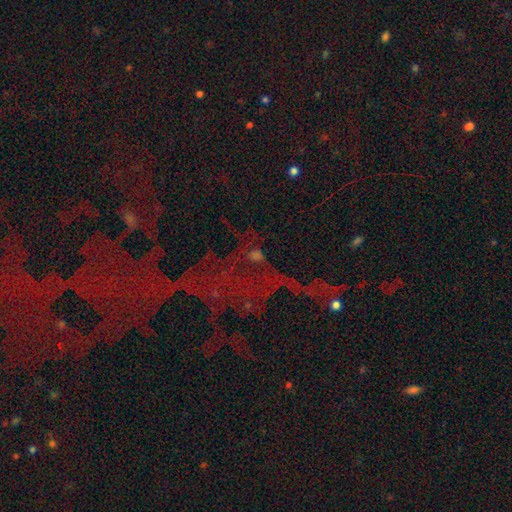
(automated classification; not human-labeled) Smooth or featured? star or artifact (72%)